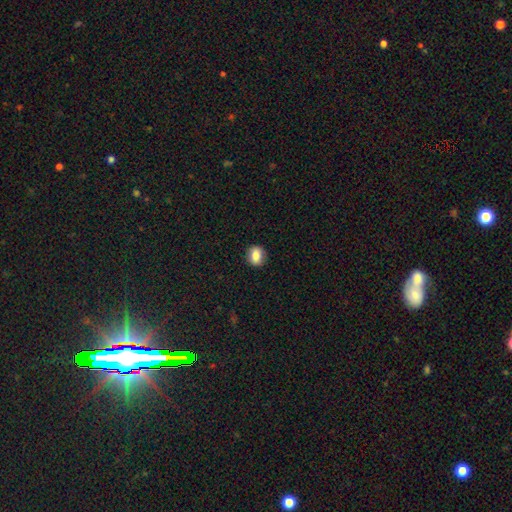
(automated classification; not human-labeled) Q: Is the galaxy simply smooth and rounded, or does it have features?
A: smooth — 81%.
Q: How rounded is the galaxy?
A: round — 56%.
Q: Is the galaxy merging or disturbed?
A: none — 88%.